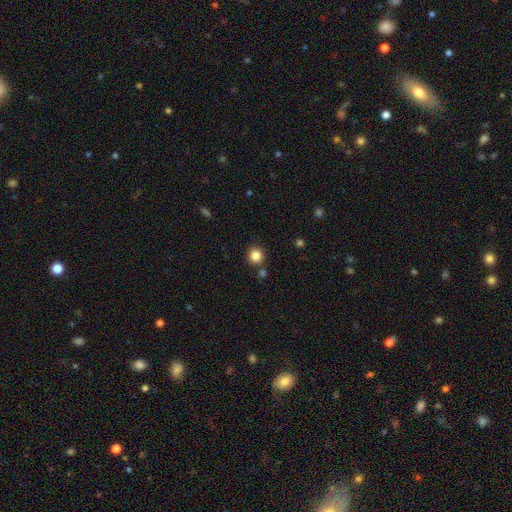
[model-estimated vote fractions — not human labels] smooth-or-featured: smooth: 85% | star or artifact: 11% | featured or disk: 4%
  how-rounded: round: 92% | in between: 7% | cigar-shaped: 1%
  merging: none: 83% | minor disturbance: 8% | merger: 6% | major disturbance: 2%